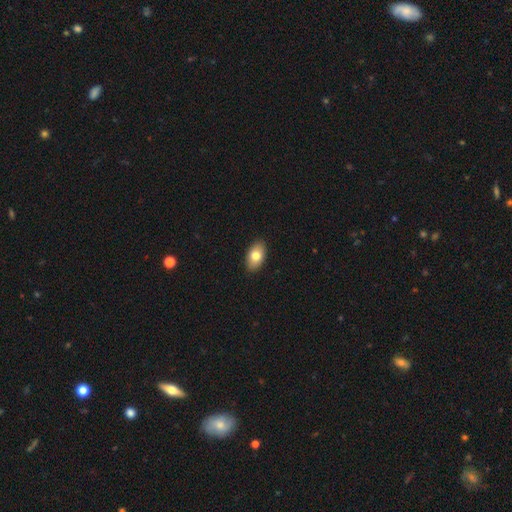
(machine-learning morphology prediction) Smooth or featured? Predicted: smooth (p=0.78). How rounded? Predicted: in between (p=0.92). Merging? Predicted: none (p=0.90).